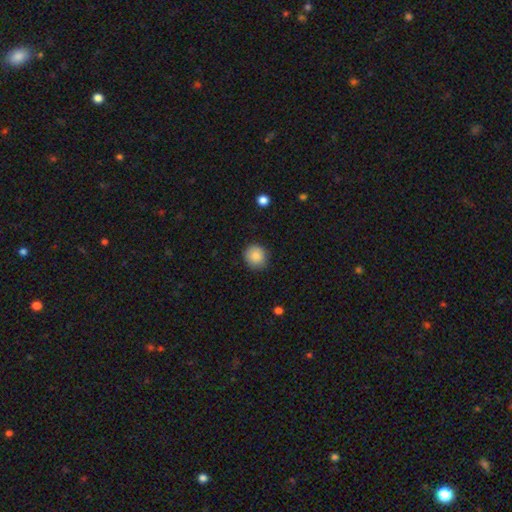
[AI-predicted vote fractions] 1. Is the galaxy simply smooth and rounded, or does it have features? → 86% smooth, 9% star or artifact, 5% featured or disk.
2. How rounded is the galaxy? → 89% round, 10% in between, 1% cigar-shaped.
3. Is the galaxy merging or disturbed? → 86% none, 11% minor disturbance, 2% major disturbance, 1% merger.